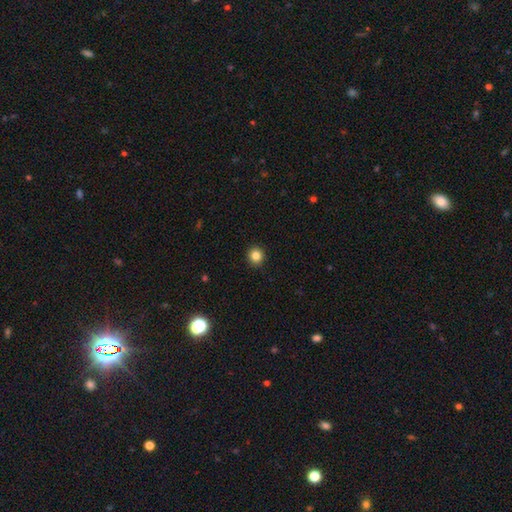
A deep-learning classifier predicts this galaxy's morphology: A smooth galaxy with no disk features (84%) that is round (91%).

Vote fractions:
- Smooth or featured? smooth: 84% / star or artifact: 11% / featured or disk: 5%
- How rounded? round: 91% / in between: 8% / cigar-shaped: 1%
- Merging? none: 93% / minor disturbance: 5% / major disturbance: 2% / merger: 1%